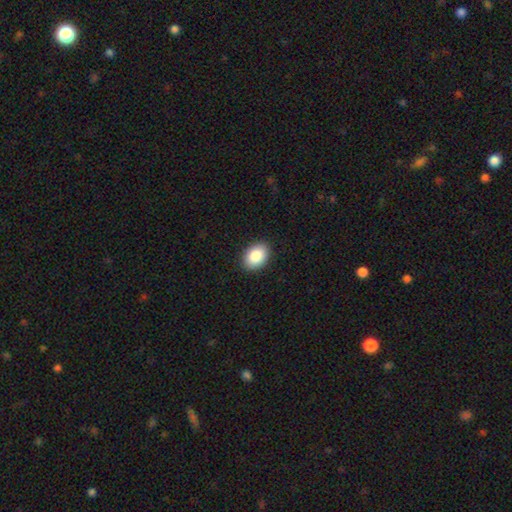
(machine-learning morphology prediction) Smooth or featured? smooth (88%)
How rounded? in between (81%)
Merging? none (90%)